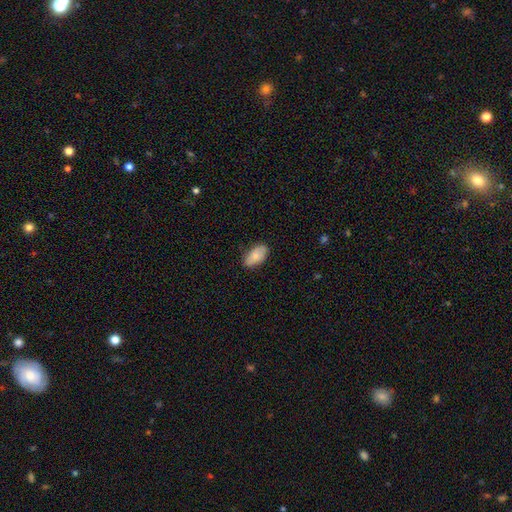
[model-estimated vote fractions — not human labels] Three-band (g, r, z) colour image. It shows a smooth galaxy with no disk features (78%) that is in between round and cigar-shaped (93%). Merging: none (81%).